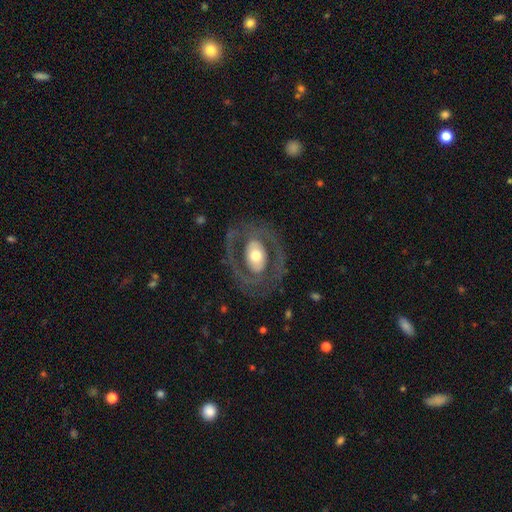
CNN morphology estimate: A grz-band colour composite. It shows a featured or disk galaxy (70%) with no bar (63%), no spiral arms (53%) and a moderate central bulge (61%). Merging: none (75%).